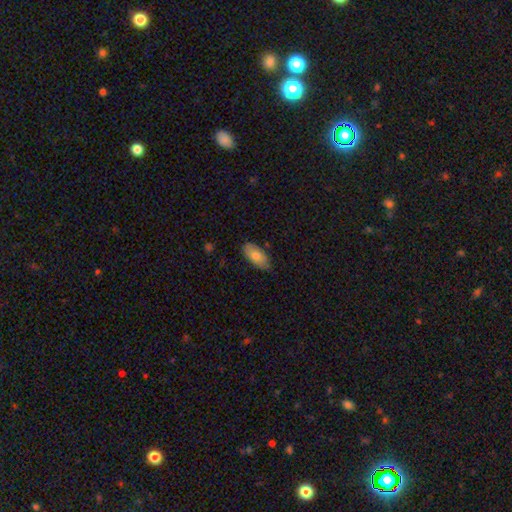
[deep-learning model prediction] smooth_or_featured: smooth (p=0.78) [alt: featured or disk p=0.15]
how_rounded: in between (p=0.91) [alt: cigar-shaped p=0.06]
merging: none (p=0.73) [alt: minor disturbance p=0.22]